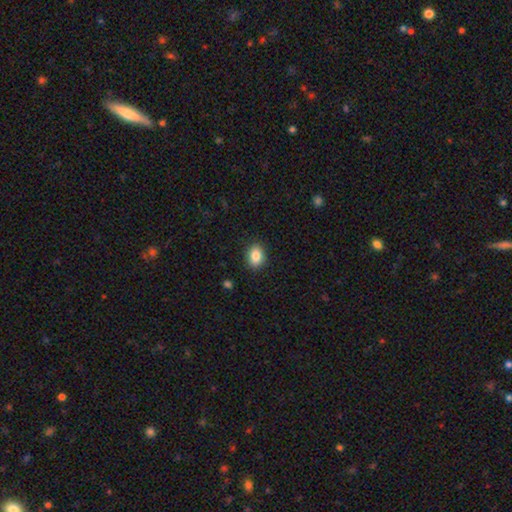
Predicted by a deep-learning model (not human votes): A smooth galaxy with no disk features (85%) that is in between round and cigar-shaped (68%). Merging: none (89%).